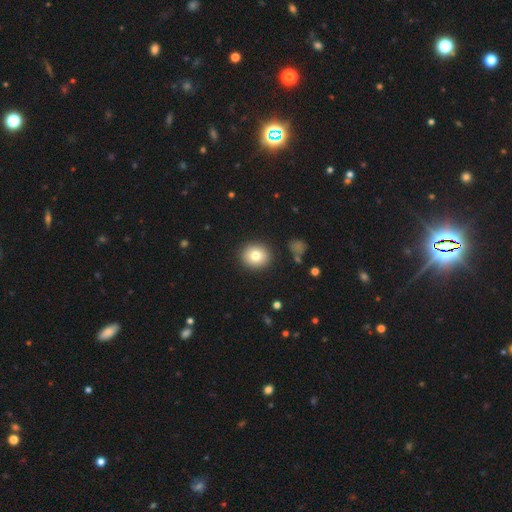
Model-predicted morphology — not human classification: The model was most divided on "smooth or featured": smooth: 79%, featured or disk: 11%, star or artifact: 10%. More confident: merging — none (90%); how rounded — round (85%).